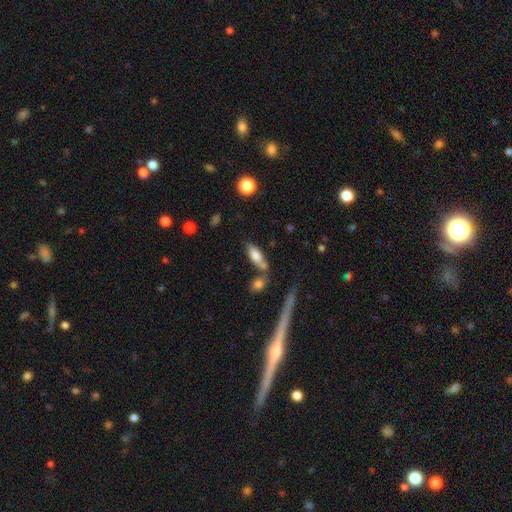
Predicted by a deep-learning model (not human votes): smooth 73%, featured or disk 20%, star or artifact 7%. Down the decision tree: how rounded — in between (62%); merging — none (54%).